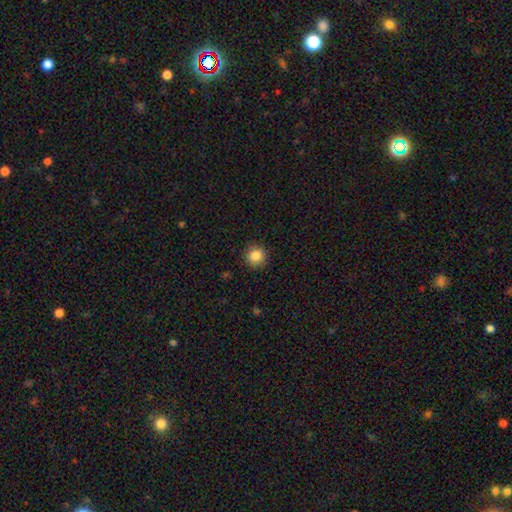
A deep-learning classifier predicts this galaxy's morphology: Overall: smooth (86%). How rounded: round (92%). Merging: none (91%).